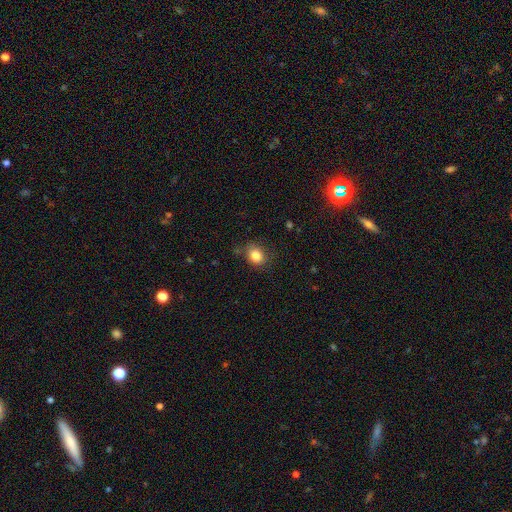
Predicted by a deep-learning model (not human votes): smooth 83%, star or artifact 10%, featured or disk 6%. Down the decision tree: how rounded — round (61%); merging — none (77%).